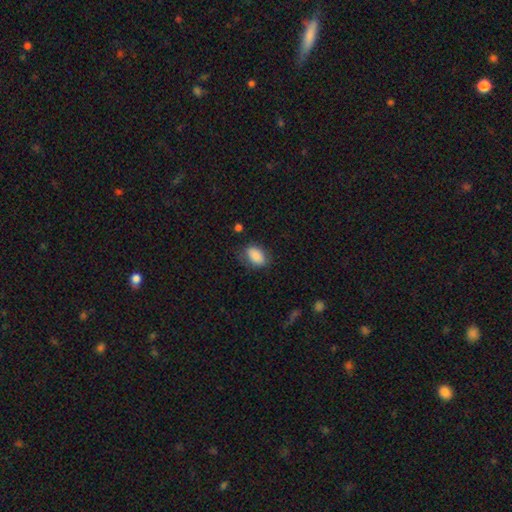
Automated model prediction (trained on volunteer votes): This is clearly a smooth galaxy (88%). How rounded: clearly in between (90%). Merging: likely none (73%).